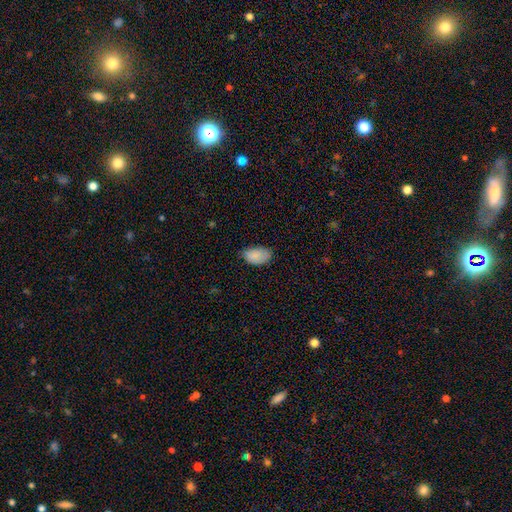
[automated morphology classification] smooth 87%, star or artifact 7%, featured or disk 6%. Down the decision tree: how rounded — in between (93%); merging — none (61%).